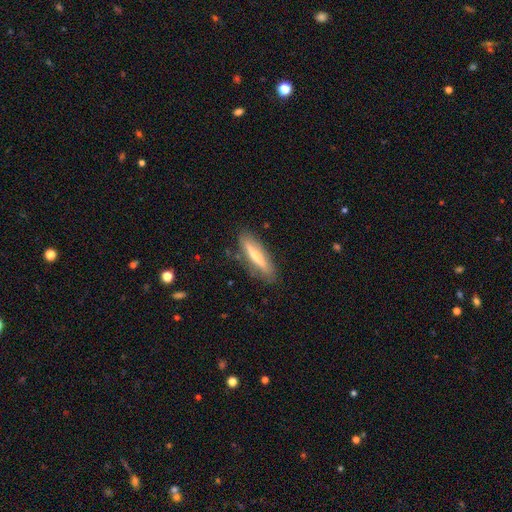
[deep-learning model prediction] A smooth galaxy with no disk features (49%). Merging: none (80%).